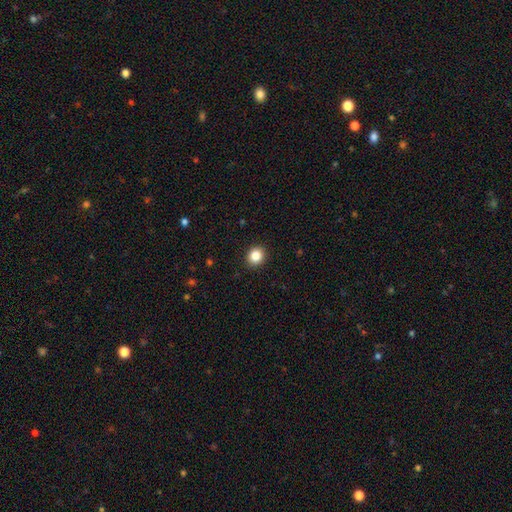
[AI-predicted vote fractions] Q: Smooth or featured?
A: smooth (85%); runner-up: star or artifact (10%)
Q: How rounded?
A: round (80%); runner-up: in between (19%)
Q: Merging?
A: none (92%); runner-up: minor disturbance (6%)